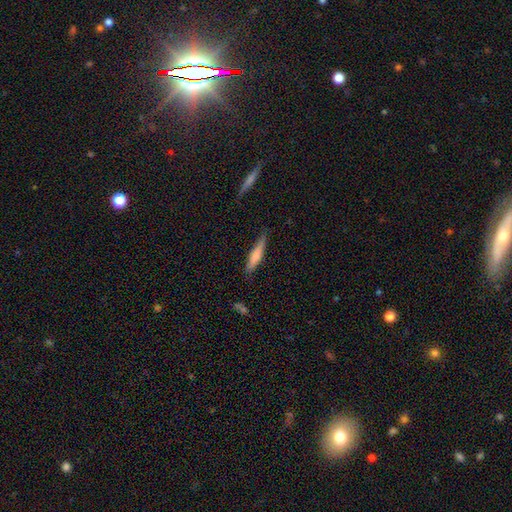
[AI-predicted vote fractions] This appears to be a smooth galaxy with no disk features (69%) that is cigar-shaped (87%). Merging: none (79%).